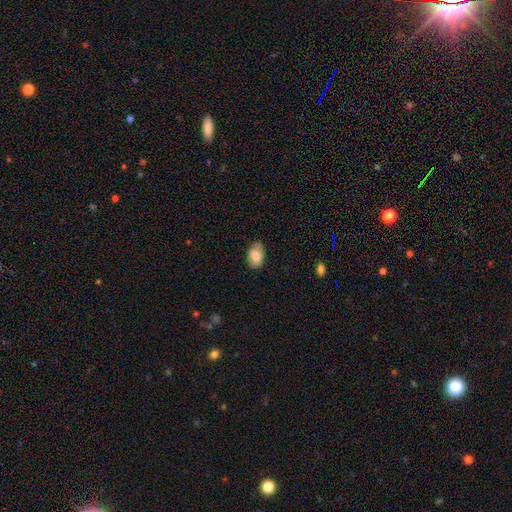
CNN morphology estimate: smooth-or-featured: smooth: 81% | featured or disk: 11% | star or artifact: 7%
  how-rounded: in between: 89% | round: 10% | cigar-shaped: 1%
  merging: none: 75% | minor disturbance: 20% | major disturbance: 3% | merger: 1%